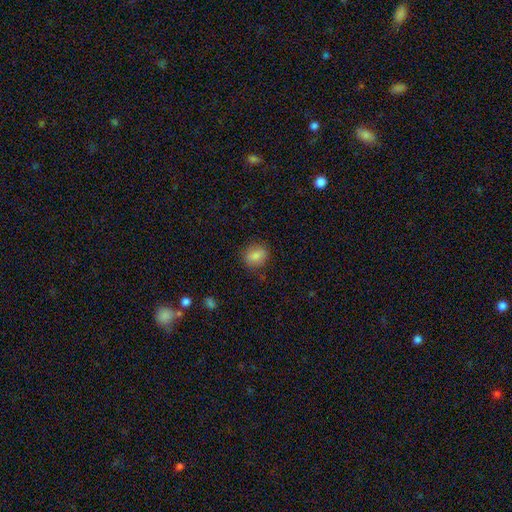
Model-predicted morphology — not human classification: A smooth galaxy with no disk features (83%) that is in between round and cigar-shaped (50%). Merging: none (81%).